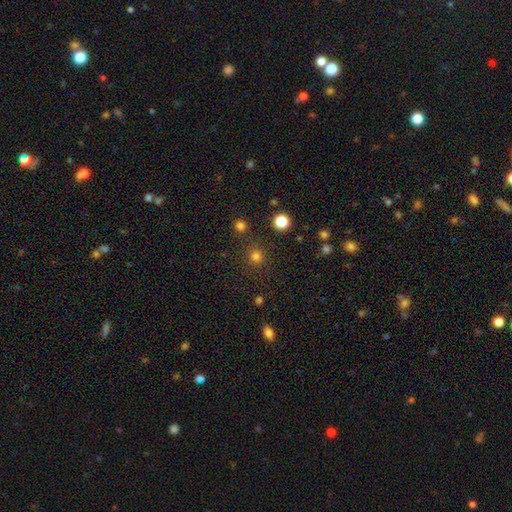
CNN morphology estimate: type=smooth (76%); roundness=round (94%); merging=none (84%).